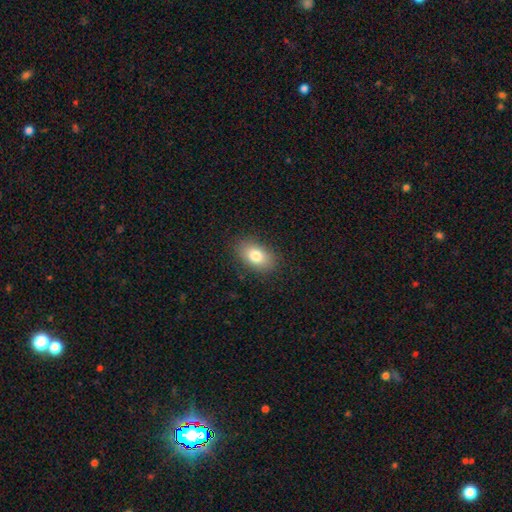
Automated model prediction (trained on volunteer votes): Smooth or featured? Predicted: smooth (p=0.81). How rounded? Predicted: in between (p=0.90). Merging? Predicted: none (p=0.86).